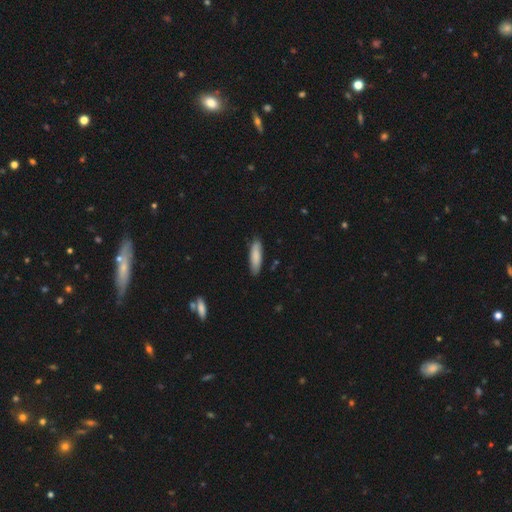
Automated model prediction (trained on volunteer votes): Morphology: type=smooth (82%); roundness=cigar-shaped (63%); merging=none (83%).